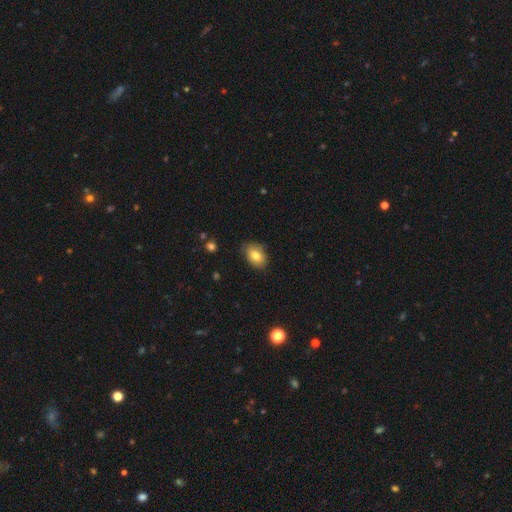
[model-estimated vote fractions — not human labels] The model was most divided on "merging": none: 79%, minor disturbance: 17%, major disturbance: 3%, merger: 1%. More confident: how rounded — in between (81%); smooth or featured — smooth (79%).